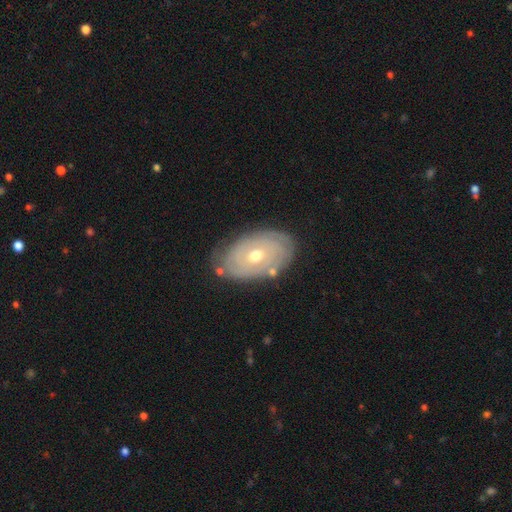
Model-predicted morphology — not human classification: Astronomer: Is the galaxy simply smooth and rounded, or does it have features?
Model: featured or disk — 74%.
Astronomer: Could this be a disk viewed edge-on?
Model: no — 94%.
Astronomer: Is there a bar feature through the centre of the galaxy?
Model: no — 79%.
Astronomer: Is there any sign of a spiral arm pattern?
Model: yes — 78%.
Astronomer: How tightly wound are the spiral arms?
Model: tight — 83%.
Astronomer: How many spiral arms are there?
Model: can't tell — 51%.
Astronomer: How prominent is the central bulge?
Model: moderate — 64%.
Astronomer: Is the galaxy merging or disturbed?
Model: none — 75%.